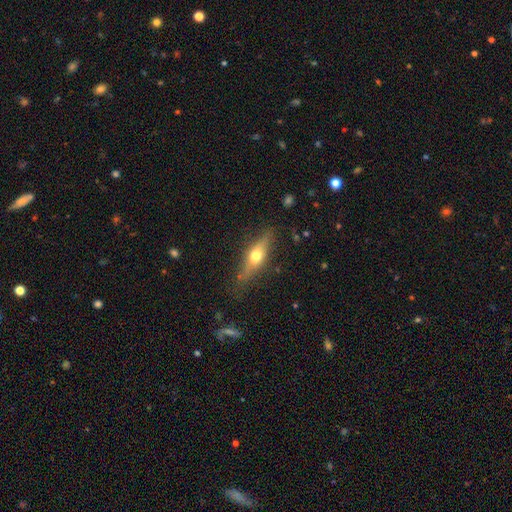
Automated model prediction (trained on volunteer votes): Q: Smooth or featured?
A: featured or disk (49%); runner-up: smooth (43%)
Q: Merging?
A: none (79%); runner-up: minor disturbance (15%)